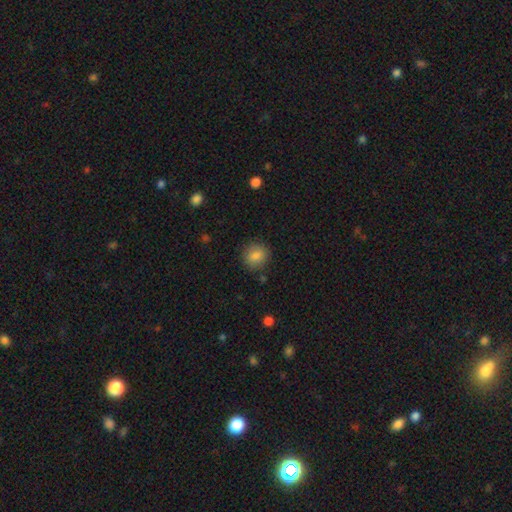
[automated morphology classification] Smooth or featured?
  - smooth: 84% *
  - star or artifact: 9%
  - featured or disk: 7%
How rounded?
  - round: 82% *
  - in between: 17%
  - cigar-shaped: 1%
Merging?
  - none: 86% *
  - minor disturbance: 10%
  - major disturbance: 3%
  - merger: 2%